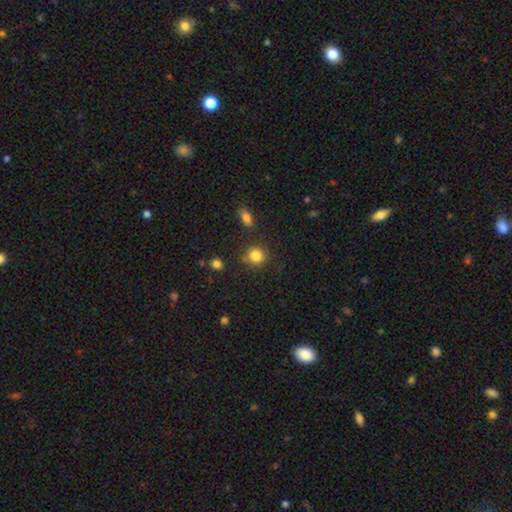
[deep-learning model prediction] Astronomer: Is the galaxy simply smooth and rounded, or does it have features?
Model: smooth — 84%.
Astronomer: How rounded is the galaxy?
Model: round — 88%.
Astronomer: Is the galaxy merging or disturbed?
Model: none — 81%.